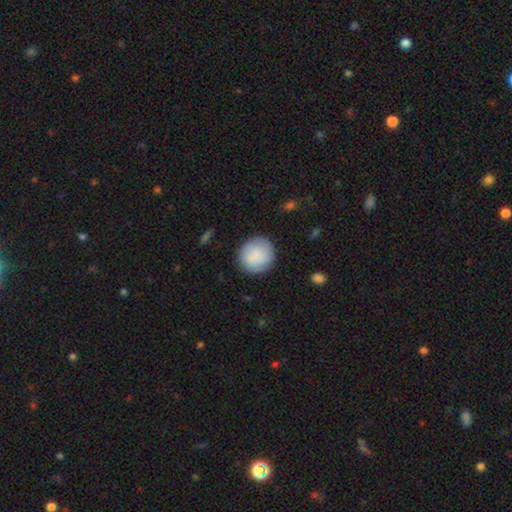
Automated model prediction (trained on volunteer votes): The model was most divided on "smooth or featured": smooth: 80%, featured or disk: 14%, star or artifact: 6%. More confident: how rounded — round (93%); merging — none (83%).